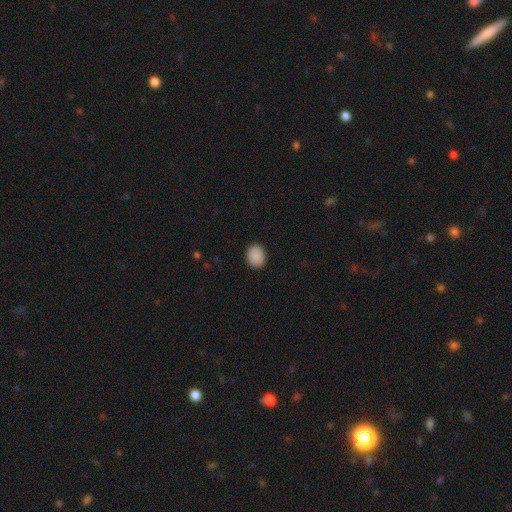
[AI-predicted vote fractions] smooth-or-featured: smooth: 90% | star or artifact: 8% | featured or disk: 2%
  how-rounded: round: 57% | in between: 43% | cigar-shaped: 1%
  merging: none: 91% | minor disturbance: 7% | major disturbance: 2% | merger: 1%